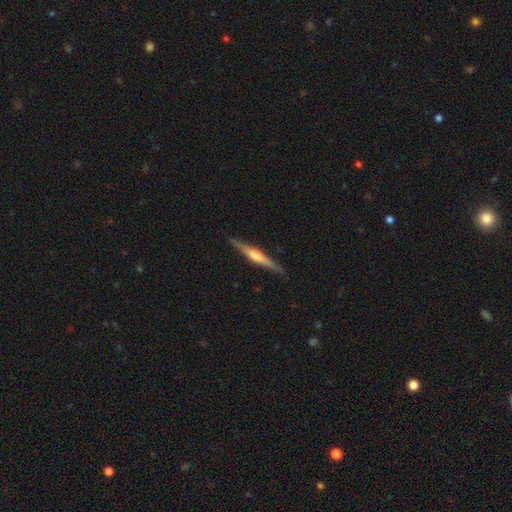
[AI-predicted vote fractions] Q: Smooth or featured?
A: featured or disk (75%); runner-up: smooth (20%)
Q: Edge-on disk?
A: yes (98%); runner-up: no (2%)
Q: Edge-on bulge?
A: rounded (76%); runner-up: boxy (16%)
Q: Merging?
A: none (91%); runner-up: minor disturbance (7%)